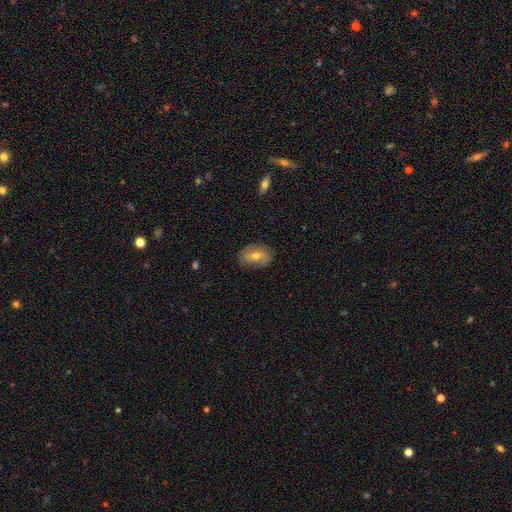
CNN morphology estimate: Smooth or featured: smooth — 52% (featured or disk — 40%)
How rounded: in between — 77% (round — 21%)
Merging: none — 75% (minor disturbance — 19%)